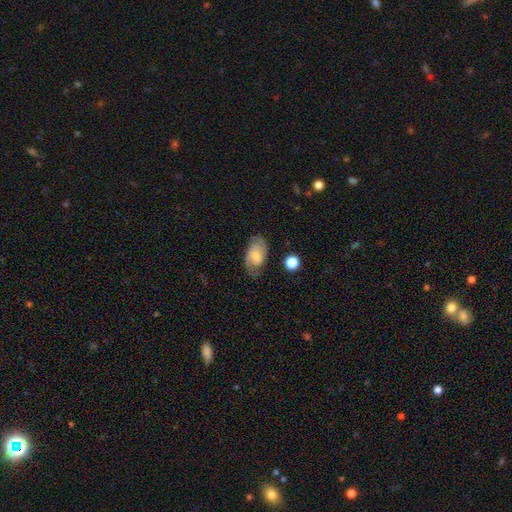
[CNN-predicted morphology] Q: Smooth or featured?
A: smooth (49%); runner-up: featured or disk (43%)
Q: Merging?
A: none (68%); runner-up: minor disturbance (22%)